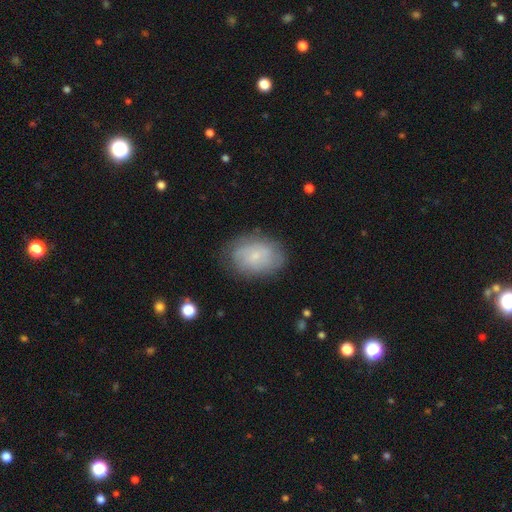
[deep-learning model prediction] A smooth galaxy with no disk features (54%) that is in between round and cigar-shaped (79%).

Vote fractions:
- Smooth or featured? smooth: 54% / featured or disk: 38% / star or artifact: 9%
- How rounded? in between: 79% / round: 19% / cigar-shaped: 1%
- Merging? none: 74% / minor disturbance: 19% / major disturbance: 6% / merger: 1%